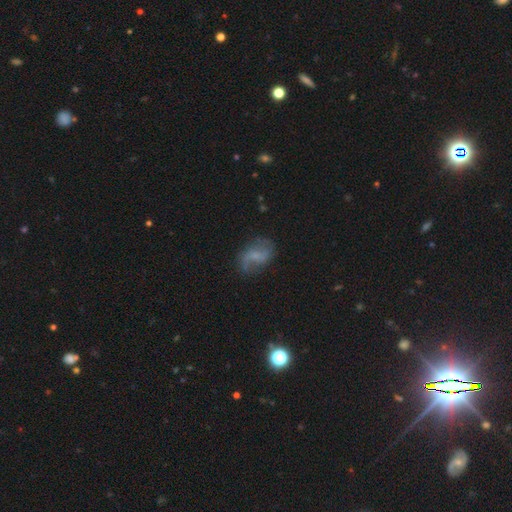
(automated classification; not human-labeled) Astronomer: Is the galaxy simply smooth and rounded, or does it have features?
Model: featured or disk — 68%.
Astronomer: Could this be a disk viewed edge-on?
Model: no — 97%.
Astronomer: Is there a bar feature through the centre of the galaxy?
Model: weak — 46% (runner-up: no, 42%).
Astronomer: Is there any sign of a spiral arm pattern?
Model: yes — 88%.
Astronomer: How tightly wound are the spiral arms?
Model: loose — 68%.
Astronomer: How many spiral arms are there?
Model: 2 — 82%.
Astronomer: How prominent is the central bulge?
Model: small — 42% (runner-up: none, 41%).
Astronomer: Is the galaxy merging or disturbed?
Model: none — 66%.